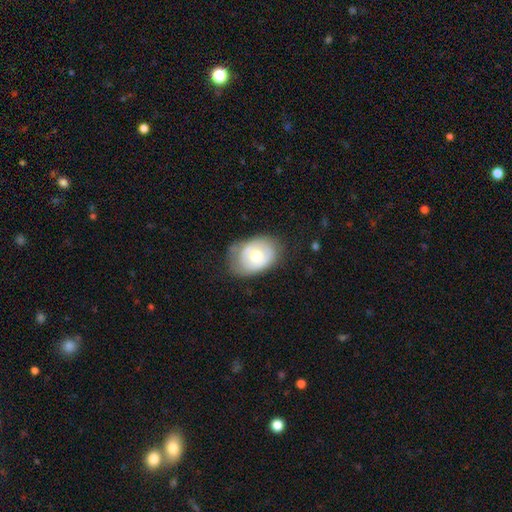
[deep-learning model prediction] The model was most divided on "smooth or featured": smooth: 60%, featured or disk: 33%, star or artifact: 7%. More confident: how rounded — in between (74%); merging — none (59%).